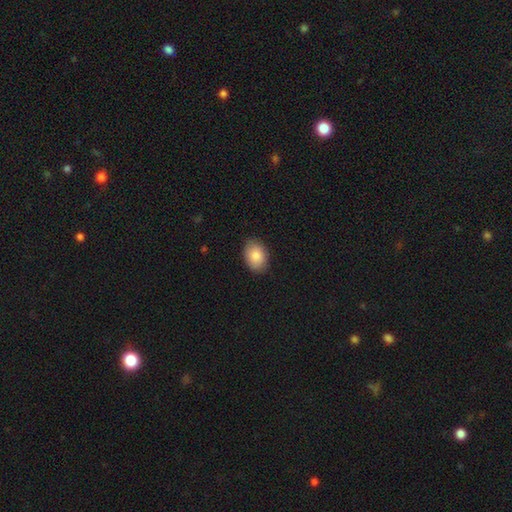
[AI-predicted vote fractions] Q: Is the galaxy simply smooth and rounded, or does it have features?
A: smooth — 84%.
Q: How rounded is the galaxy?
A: in between — 78%.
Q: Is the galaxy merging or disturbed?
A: none — 85%.